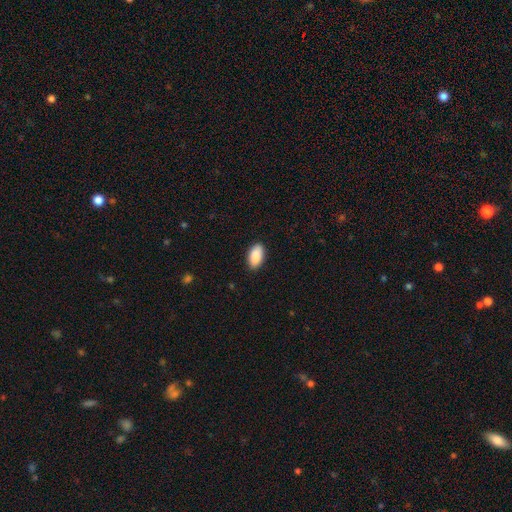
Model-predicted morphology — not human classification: smooth-or-featured: smooth: 90% | star or artifact: 6% | featured or disk: 4%
  how-rounded: in between: 94% | cigar-shaped: 4% | round: 2%
  merging: none: 89% | minor disturbance: 8% | major disturbance: 2% | merger: 1%